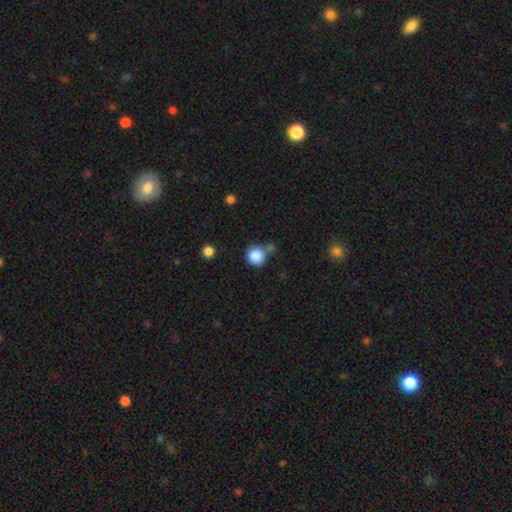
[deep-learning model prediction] A smooth galaxy with no disk features (86%) that is round (92%).

Vote fractions:
- Smooth or featured? smooth: 86% / star or artifact: 9% / featured or disk: 4%
- How rounded? round: 92% / in between: 7% / cigar-shaped: 1%
- Merging? none: 67% / merger: 14% / minor disturbance: 14% / major disturbance: 4%